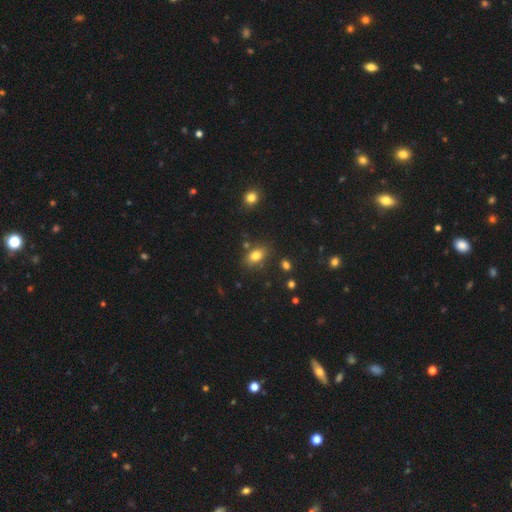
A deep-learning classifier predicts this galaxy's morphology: This is clearly a smooth galaxy (80%). How rounded: clearly in between (82%). Merging: likely none (78%).